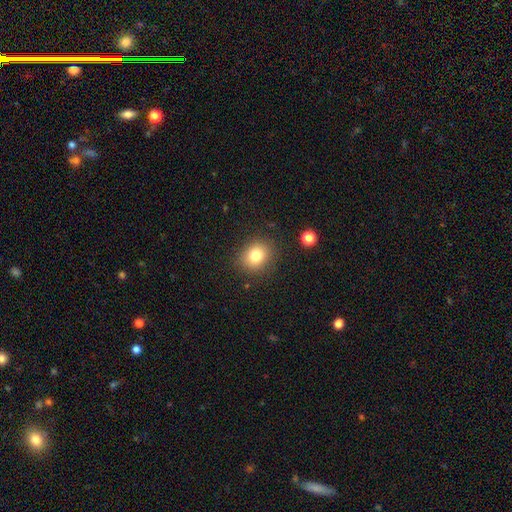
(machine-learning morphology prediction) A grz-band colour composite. It shows a smooth galaxy with no disk features (79%) that is round (71%). Merging: none (86%).